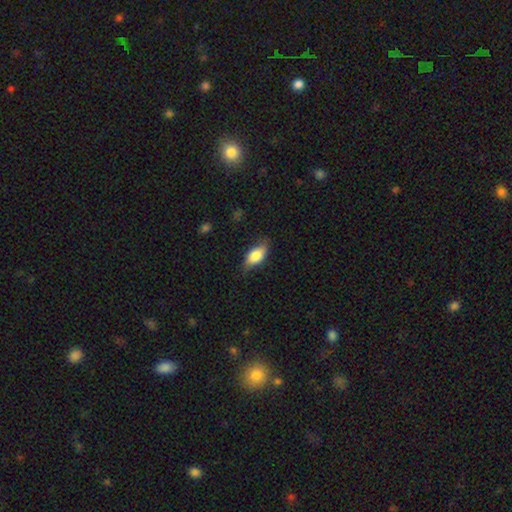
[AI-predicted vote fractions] Overall: smooth (77%). How rounded: in between (85%). Merging: none (72%).